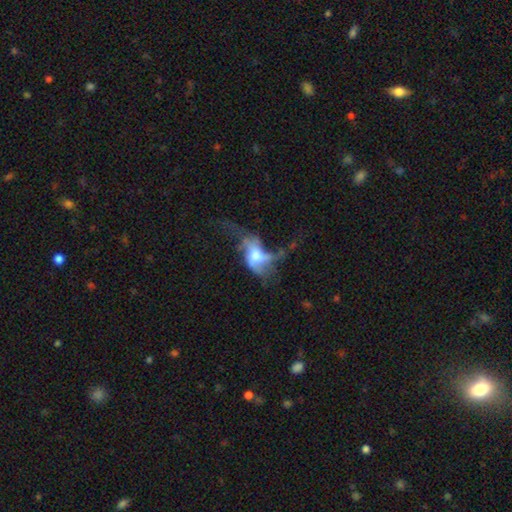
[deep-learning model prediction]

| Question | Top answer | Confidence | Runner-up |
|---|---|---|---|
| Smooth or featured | featured or disk | 63% | smooth (27%) |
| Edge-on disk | no | 94% | yes (6%) |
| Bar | no | 62% | weak (29%) |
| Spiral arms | yes | 58% | no (42%) |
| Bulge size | moderate | 49% | large (22%) |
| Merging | major disturbance | 53% | none (23%) |